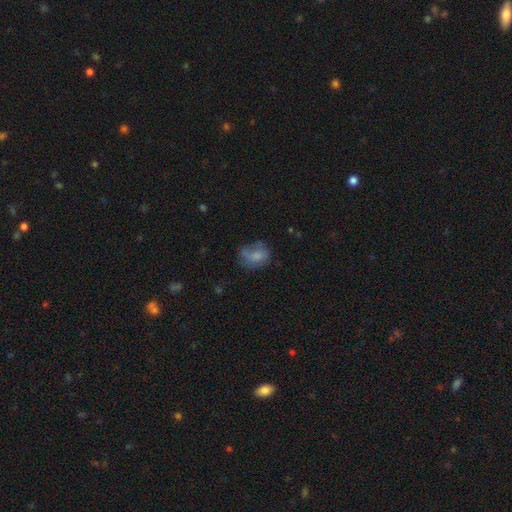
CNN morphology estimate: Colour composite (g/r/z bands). It shows a smooth galaxy with no disk features (67%) that is in between round and cigar-shaped (63%). Merging: none (40%).